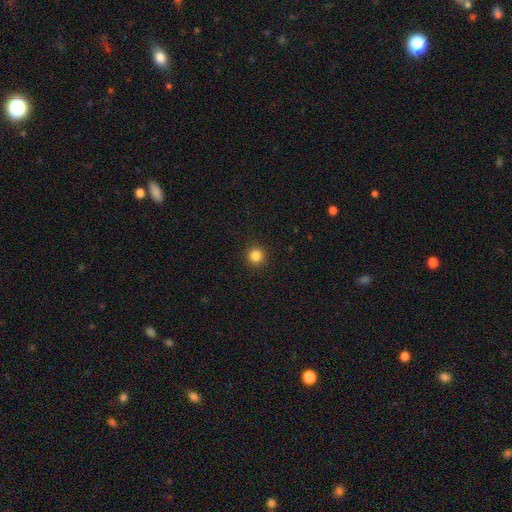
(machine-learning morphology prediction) smooth_or_featured: smooth (p=0.85) [alt: star or artifact p=0.12]
how_rounded: round (p=0.95) [alt: in between p=0.04]
merging: none (p=0.92) [alt: minor disturbance p=0.05]